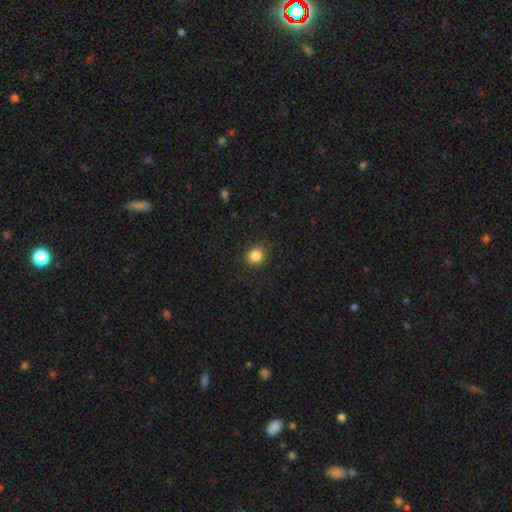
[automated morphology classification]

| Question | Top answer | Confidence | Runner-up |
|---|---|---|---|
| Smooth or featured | smooth | 85% | star or artifact (10%) |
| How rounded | round | 77% | in between (22%) |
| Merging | none | 90% | minor disturbance (7%) |